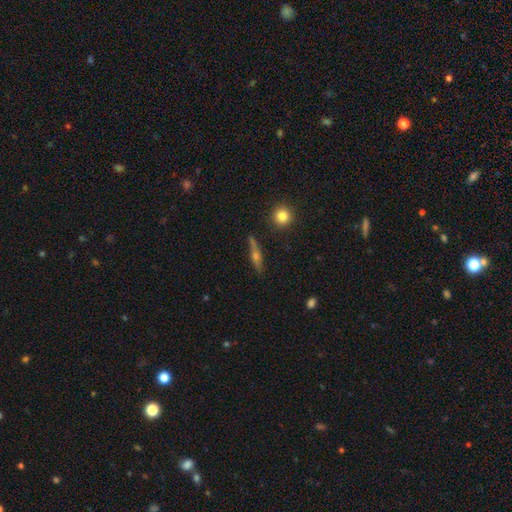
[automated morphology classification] type=featured or disk (61%); edge-on=yes (92%); edge-on bulge=rounded (88%); merging=none (82%).